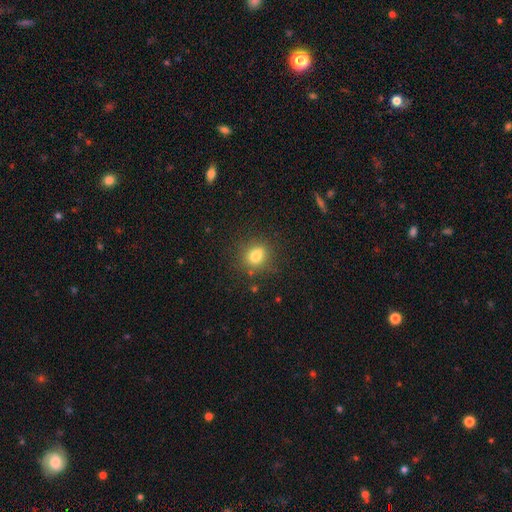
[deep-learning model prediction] Overall: smooth (80%). How rounded: round (59%; in between 40%). Merging: none (80%).